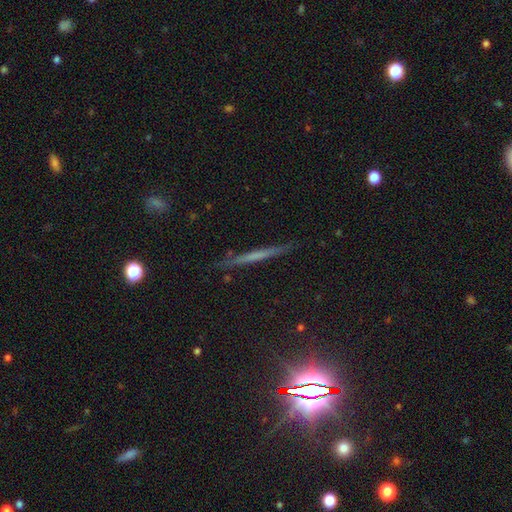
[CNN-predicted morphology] Smooth or featured? Predicted: featured or disk (p=0.48). Merging? Predicted: none (p=0.87).